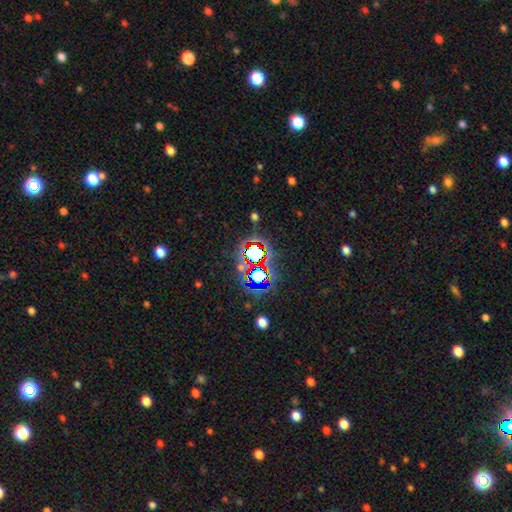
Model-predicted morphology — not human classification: smooth_or_featured: star or artifact (p=0.76) [alt: smooth p=0.14]